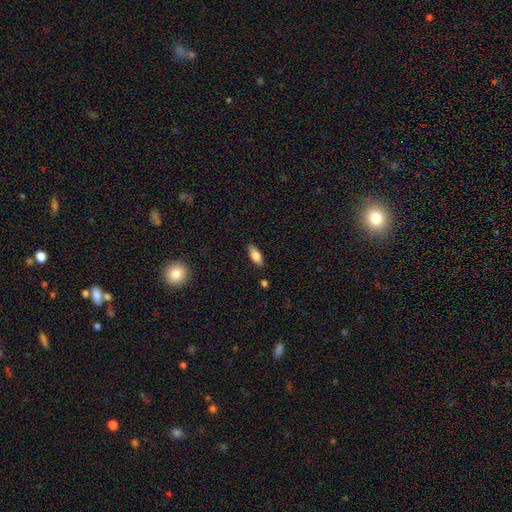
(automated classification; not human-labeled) Smooth or featured? Predicted: smooth (p=0.77). How rounded? Predicted: in between (p=0.79). Merging? Predicted: none (p=0.87).